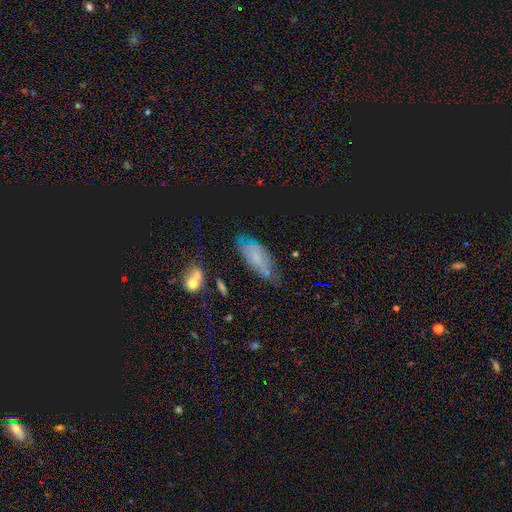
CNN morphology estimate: smooth_or_featured: smooth (p=0.48) [alt: featured or disk p=0.37]
merging: none (p=0.53) [alt: minor disturbance p=0.30]